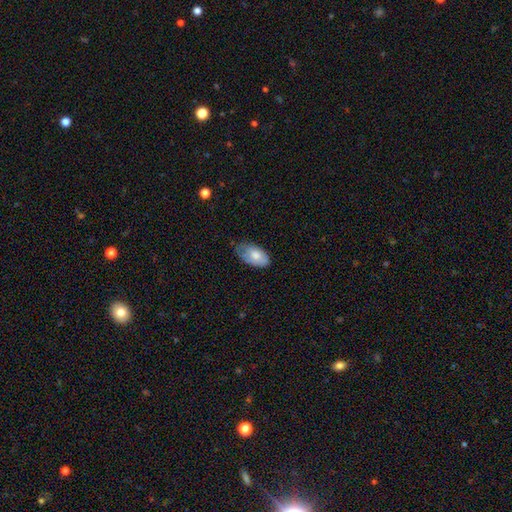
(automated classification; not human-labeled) Smooth or featured: smooth — 75% (featured or disk — 19%)
How rounded: in between — 94% (round — 4%)
Merging: none — 54% (minor disturbance — 37%)